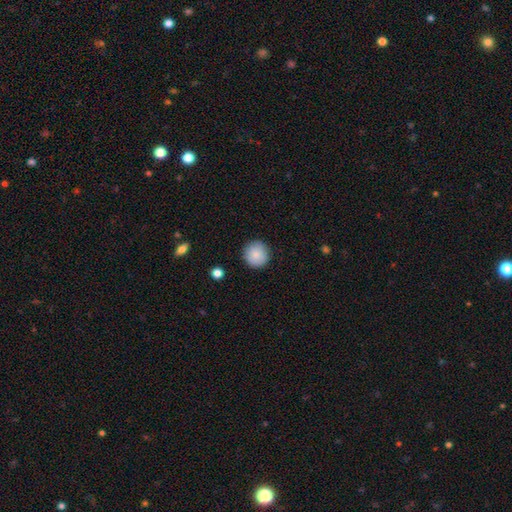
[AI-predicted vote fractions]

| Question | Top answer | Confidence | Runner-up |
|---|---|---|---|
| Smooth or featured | smooth | 87% | star or artifact (8%) |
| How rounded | round | 94% | in between (5%) |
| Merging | none | 90% | minor disturbance (7%) |